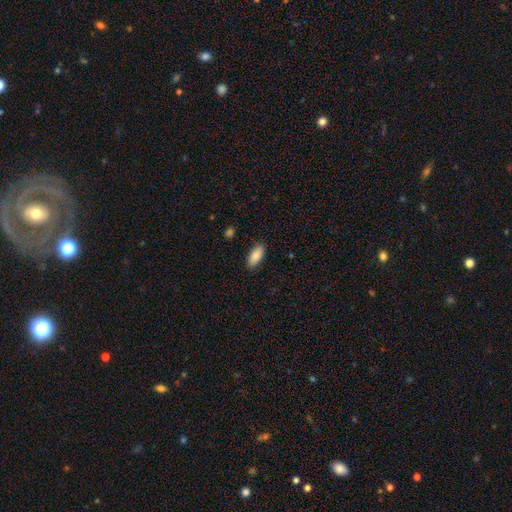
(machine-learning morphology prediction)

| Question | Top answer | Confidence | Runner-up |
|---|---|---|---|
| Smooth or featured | smooth | 87% | featured or disk (7%) |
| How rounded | in between | 87% | cigar-shaped (11%) |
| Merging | none | 88% | minor disturbance (9%) |